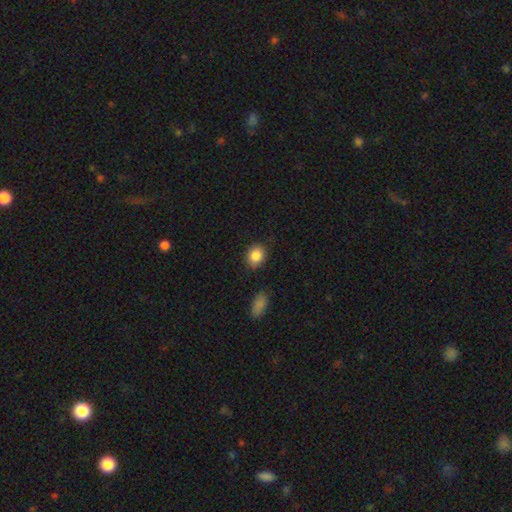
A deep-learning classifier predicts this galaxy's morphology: Overall: smooth (86%). How rounded: round (65%; in between 34%). Merging: none (83%).